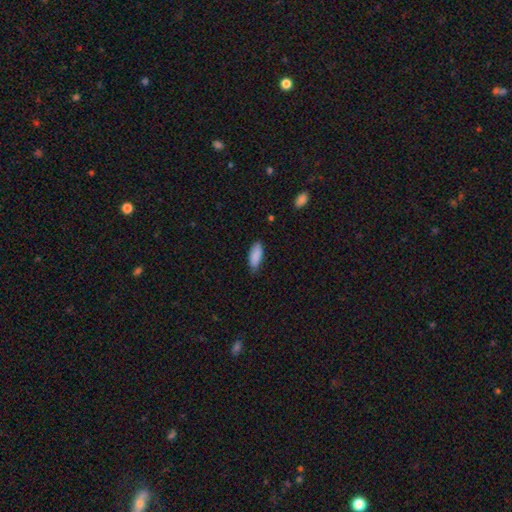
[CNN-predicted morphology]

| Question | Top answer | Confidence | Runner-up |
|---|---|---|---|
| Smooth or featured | smooth | 89% | star or artifact (6%) |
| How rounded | in between | 79% | cigar-shaped (20%) |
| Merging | none | 77% | minor disturbance (19%) |